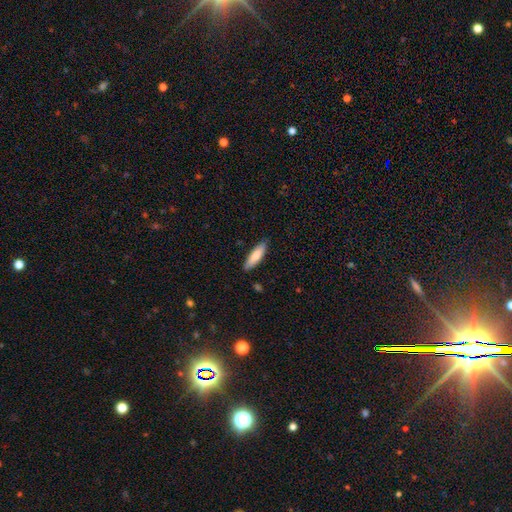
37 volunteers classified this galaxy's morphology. smooth_or_featured: smooth (p=0.73) [alt: featured or disk p=0.24]
how_rounded: cigar-shaped (p=0.59) [alt: in between p=0.41]
merging: none (p=0.86) [alt: minor disturbance p=0.08]